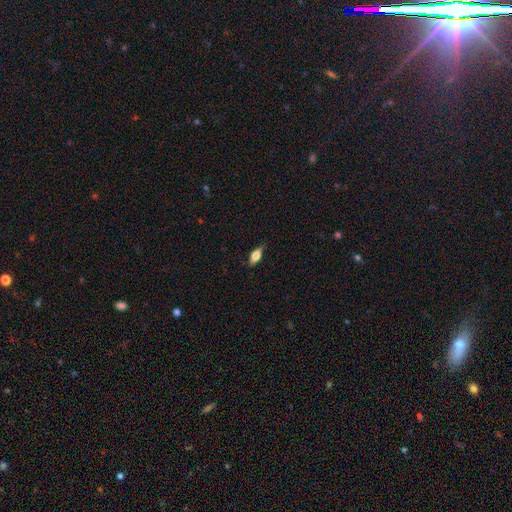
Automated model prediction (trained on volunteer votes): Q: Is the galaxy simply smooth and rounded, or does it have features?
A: smooth — 64%.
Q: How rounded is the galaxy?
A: in between — 76%.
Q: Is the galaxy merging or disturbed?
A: none — 79%.